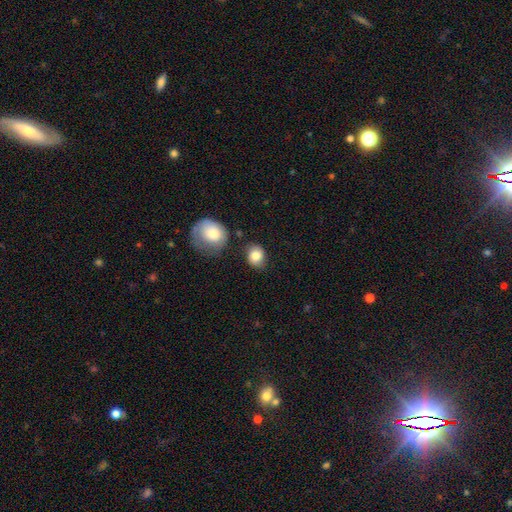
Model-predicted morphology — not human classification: smooth 84%, featured or disk 9%, star or artifact 8%. Down the decision tree: how rounded — round (61%); merging — none (70%).